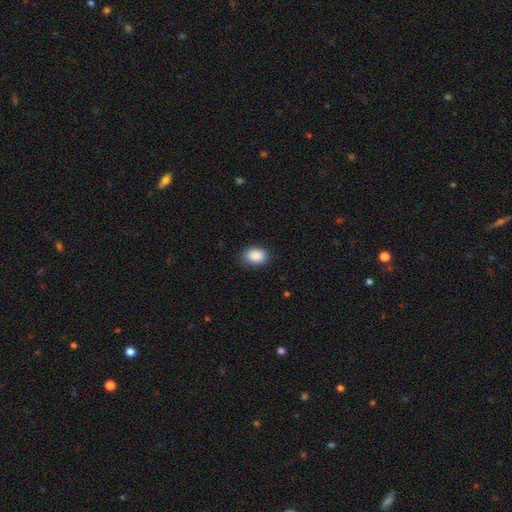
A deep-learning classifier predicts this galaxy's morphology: Smooth or featured?
  - smooth: 89% *
  - star or artifact: 7%
  - featured or disk: 3%
How rounded?
  - in between: 78% *
  - round: 21%
  - cigar-shaped: 1%
Merging?
  - none: 84% *
  - minor disturbance: 13%
  - major disturbance: 3%
  - merger: 1%